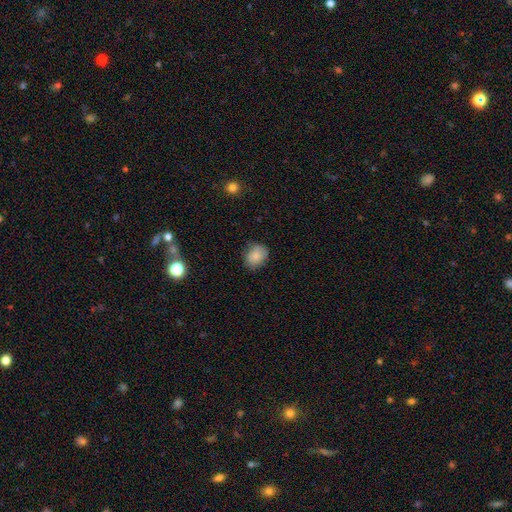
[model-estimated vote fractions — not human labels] Overall: smooth (82%). How rounded: round (51%; in between 48%). Merging: none (71%).